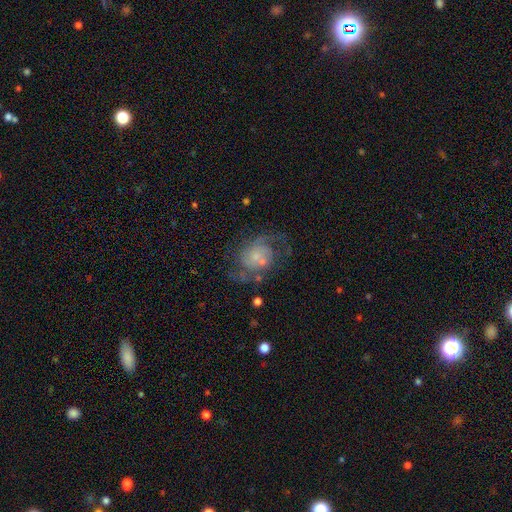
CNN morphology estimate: featured or disk 77%, smooth 15%, star or artifact 8%. Down the decision tree: edge-on disk — no (98%); bar — no (73%); spiral arms — yes (90%); spiral arm count — 2 (72%); spiral winding — medium (47%); bulge size — small (65%); merging — none (57%).